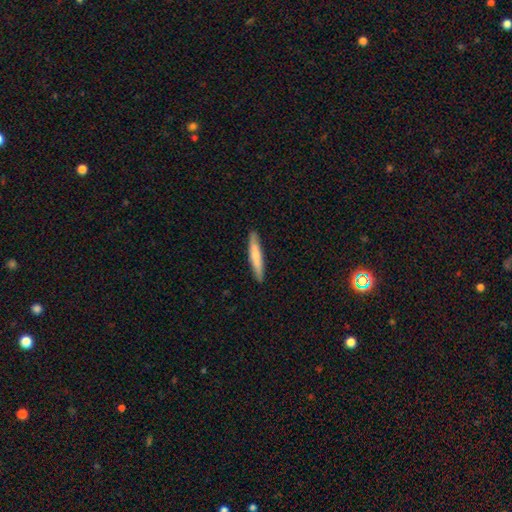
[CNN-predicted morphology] Smooth or featured? smooth (69%)
How rounded? cigar-shaped (92%)
Merging? none (89%)